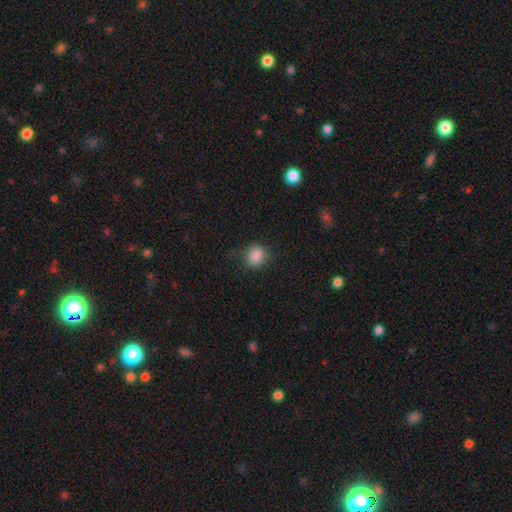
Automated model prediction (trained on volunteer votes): A smooth galaxy with no disk features (85%) that is round (56%).

Vote fractions:
- Smooth or featured? smooth: 85% / star or artifact: 10% / featured or disk: 5%
- How rounded? round: 56% / in between: 43% / cigar-shaped: 1%
- Merging? none: 77% / minor disturbance: 17% / major disturbance: 5% / merger: 1%